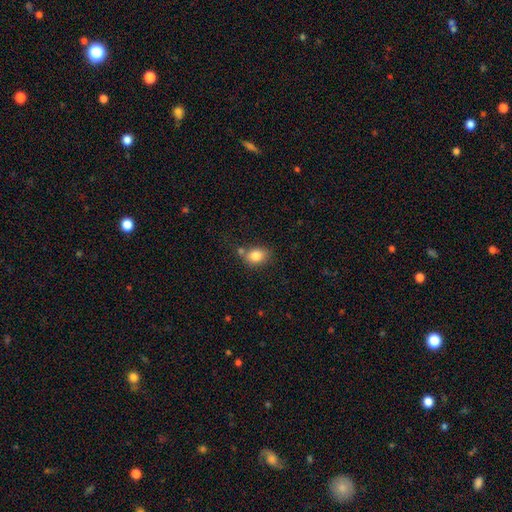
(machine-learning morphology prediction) Smooth or featured: smooth — 83% (star or artifact — 9%)
How rounded: in between — 61% (round — 38%)
Merging: none — 60% (merger — 18%)